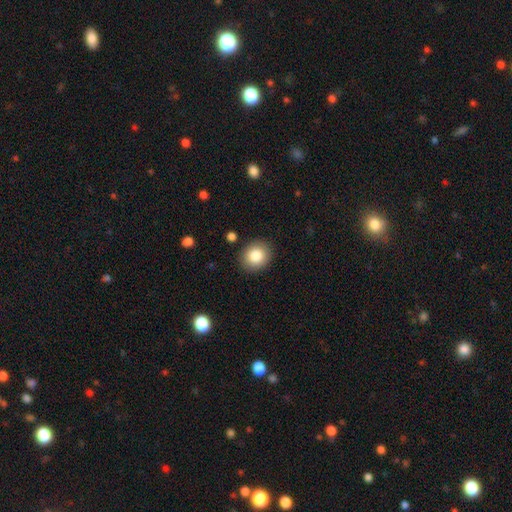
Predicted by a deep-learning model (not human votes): Smooth or featured: smooth — 84% (star or artifact — 9%)
How rounded: round — 74% (in between — 25%)
Merging: none — 89% (minor disturbance — 8%)